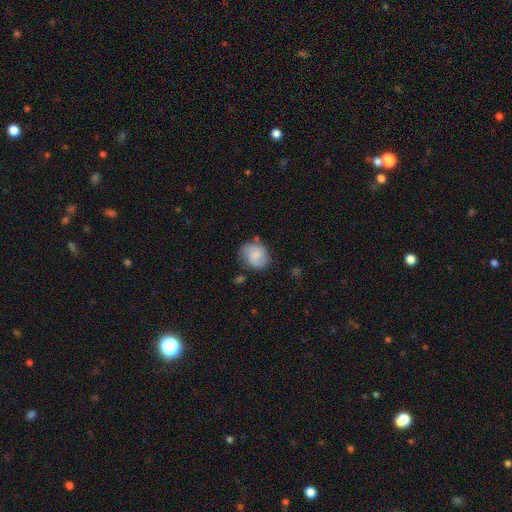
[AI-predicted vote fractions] Smooth or featured? Predicted: smooth (p=0.55). How rounded? Predicted: round (p=0.66). Merging? Predicted: none (p=0.63).